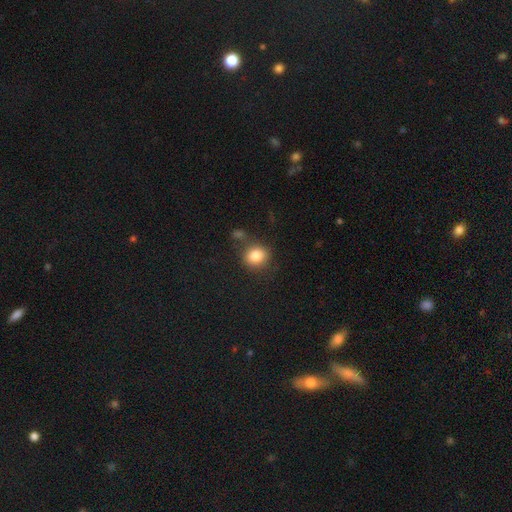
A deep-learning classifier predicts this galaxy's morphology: This appears to be a smooth galaxy with no disk features (83%) that is round (79%). Merging: none (76%).